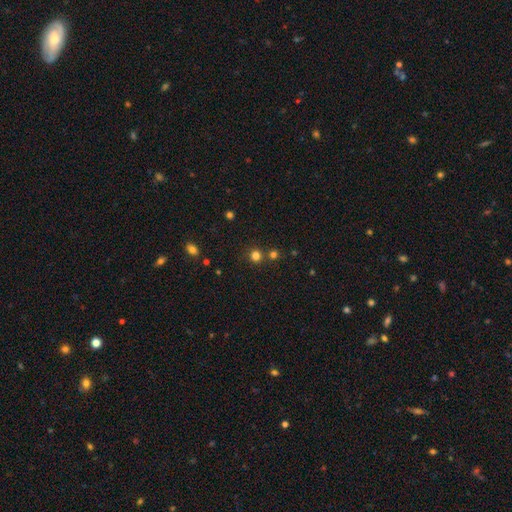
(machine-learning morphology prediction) The model was most divided on "smooth or featured": smooth: 76%, star or artifact: 20%, featured or disk: 5%. More confident: how rounded — round (92%); merging — none (79%).